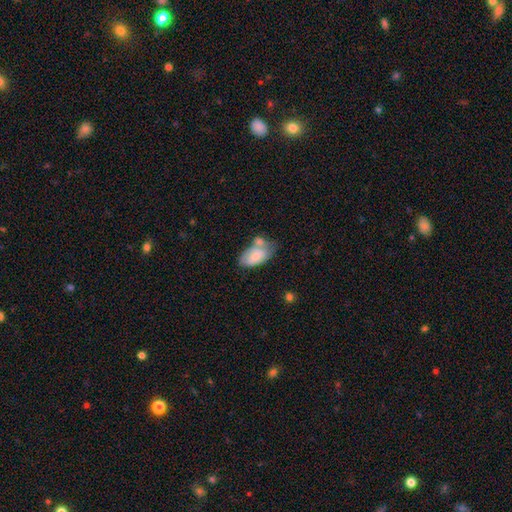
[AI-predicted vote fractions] Smooth or featured? smooth (69%)
How rounded? in between (94%)
Merging? merger (38%)